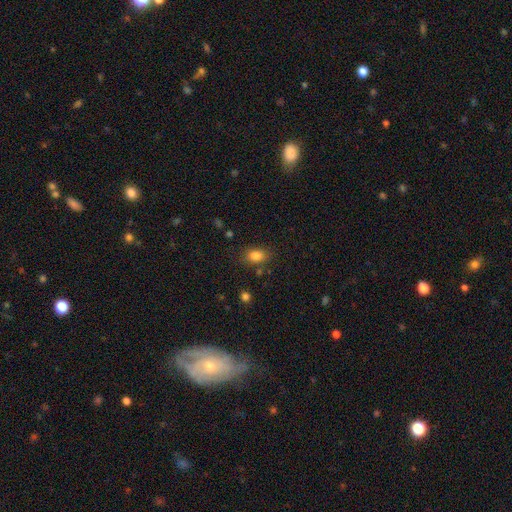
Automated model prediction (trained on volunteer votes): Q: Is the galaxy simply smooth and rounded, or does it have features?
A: smooth — 84%.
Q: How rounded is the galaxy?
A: in between — 78%.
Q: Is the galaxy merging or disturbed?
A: none — 77%.